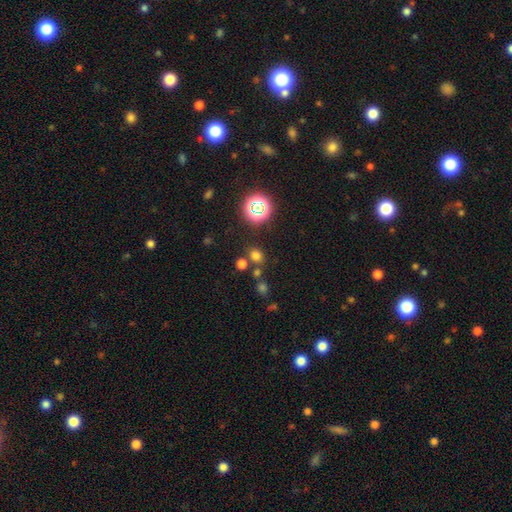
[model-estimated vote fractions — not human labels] A smooth galaxy with no disk features (68%) that is round (63%).

Vote fractions:
- Smooth or featured? smooth: 68% / star or artifact: 26% / featured or disk: 6%
- How rounded? round: 63% / in between: 35% / cigar-shaped: 1%
- Merging? none: 74% / merger: 13% / minor disturbance: 9% / major disturbance: 4%